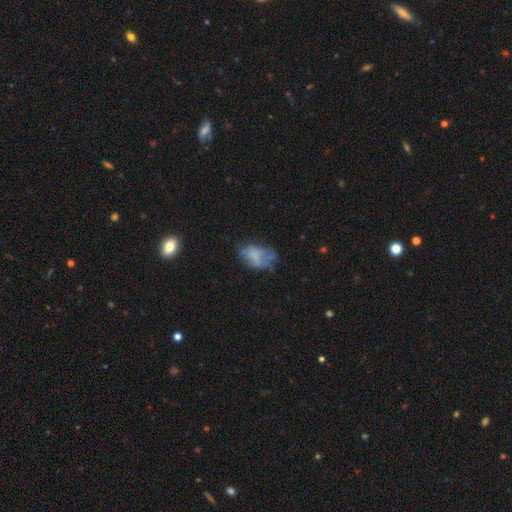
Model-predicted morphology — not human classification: Smooth or featured: smooth — 55% (featured or disk — 34%)
How rounded: in between — 87% (round — 11%)
Merging: none — 38% (minor disturbance — 31%)